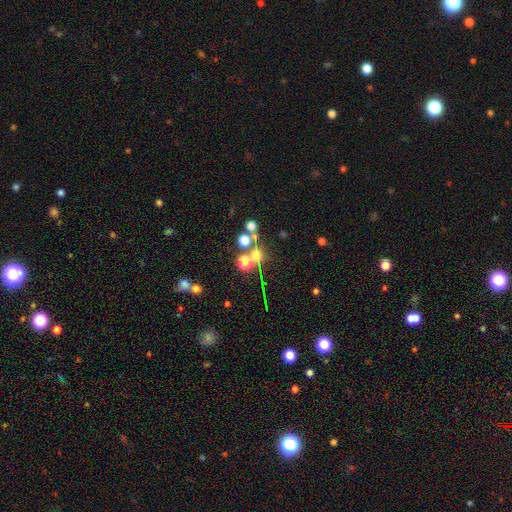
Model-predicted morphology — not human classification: smooth_or_featured: smooth (p=0.51) [alt: star or artifact p=0.33]
how_rounded: round (p=0.86) [alt: in between p=0.12]
merging: none (p=0.60) [alt: merger p=0.27]